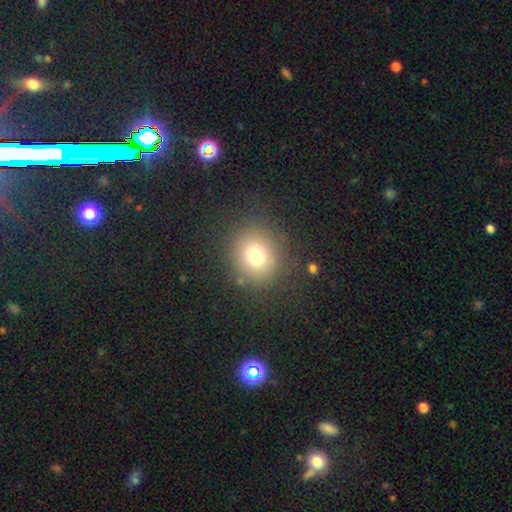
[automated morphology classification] Q: Smooth or featured?
A: smooth (73%); runner-up: star or artifact (16%)
Q: How rounded?
A: round (86%); runner-up: in between (13%)
Q: Merging?
A: none (84%); runner-up: minor disturbance (9%)